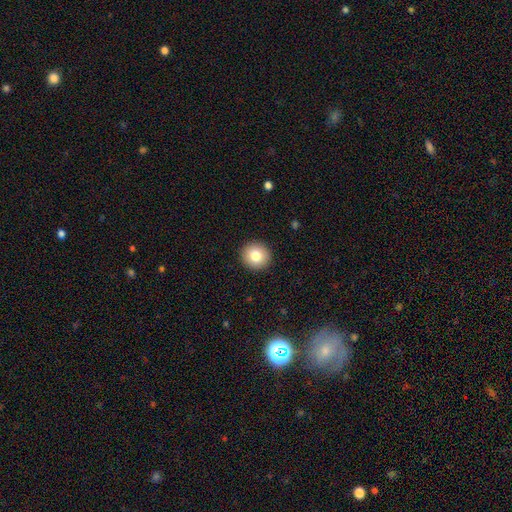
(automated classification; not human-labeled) This appears to be a smooth galaxy with no disk features (80%) that is round (93%). Merging: none (93%).